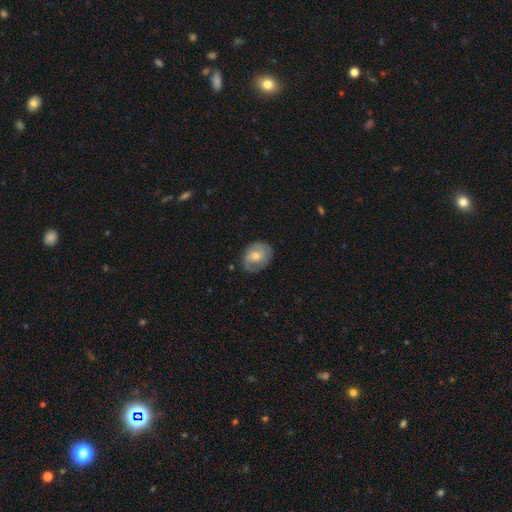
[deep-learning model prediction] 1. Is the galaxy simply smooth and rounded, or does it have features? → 47% featured or disk, 45% smooth, 7% star or artifact.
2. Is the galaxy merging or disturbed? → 71% none, 21% minor disturbance, 6% major disturbance, 1% merger.